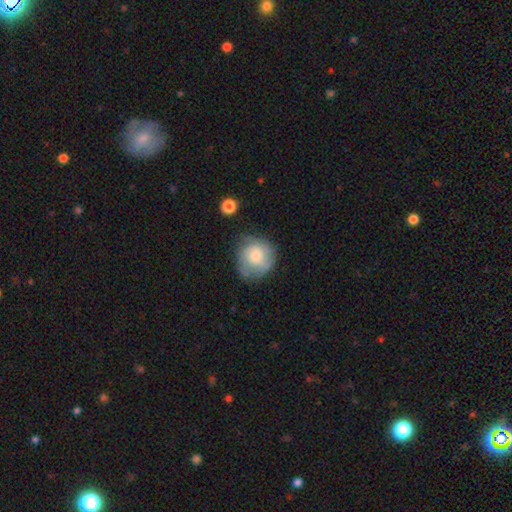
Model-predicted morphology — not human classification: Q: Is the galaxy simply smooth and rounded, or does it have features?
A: smooth — 59%.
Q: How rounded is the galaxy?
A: round — 84%.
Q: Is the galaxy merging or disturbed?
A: none — 62%.